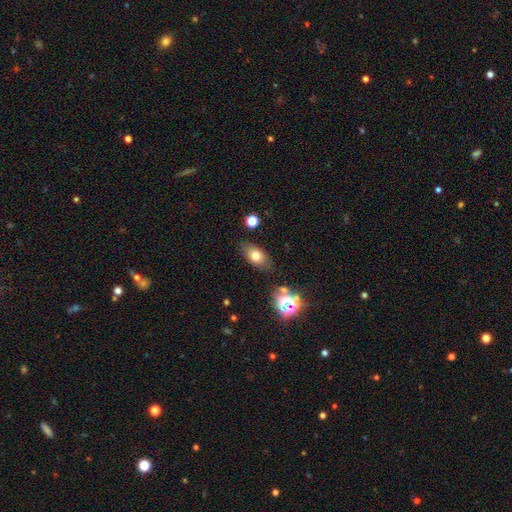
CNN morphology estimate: Smooth or featured? smooth (73%)
How rounded? in between (84%)
Merging? none (80%)